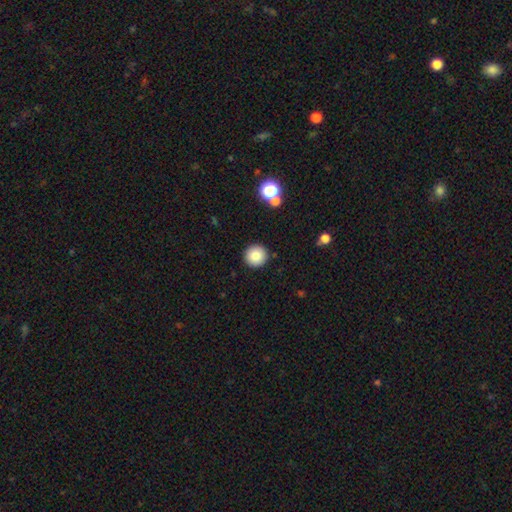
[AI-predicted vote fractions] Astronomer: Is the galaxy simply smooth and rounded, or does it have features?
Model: smooth — 85%.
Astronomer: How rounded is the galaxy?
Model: round — 96%.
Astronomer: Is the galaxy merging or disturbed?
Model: none — 91%.